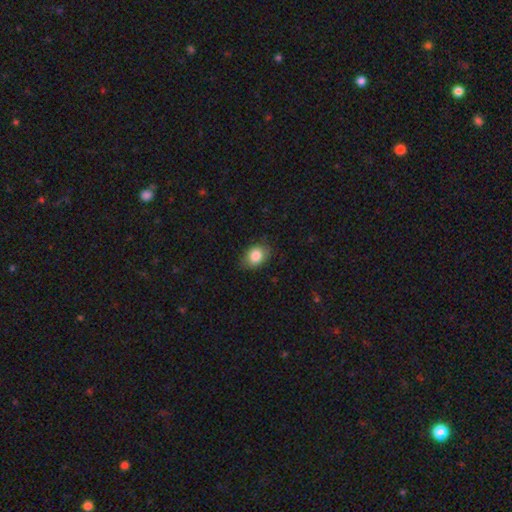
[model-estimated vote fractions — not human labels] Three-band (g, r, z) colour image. It shows a smooth galaxy with no disk features (84%) that is in between round and cigar-shaped (70%). Merging: none (79%).